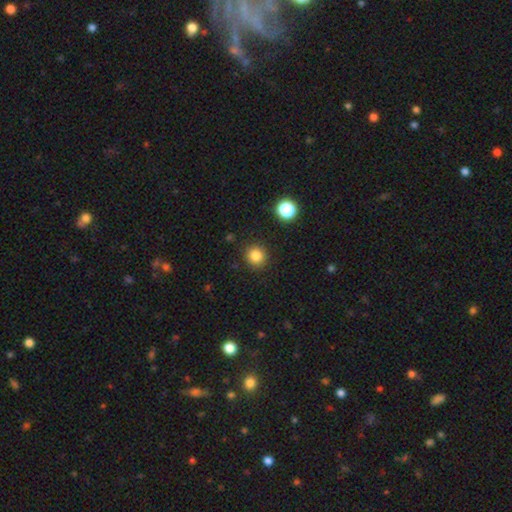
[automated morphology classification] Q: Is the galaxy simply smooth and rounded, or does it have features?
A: smooth — 84%.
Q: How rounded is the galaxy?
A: round — 91%.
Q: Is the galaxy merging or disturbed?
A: none — 90%.